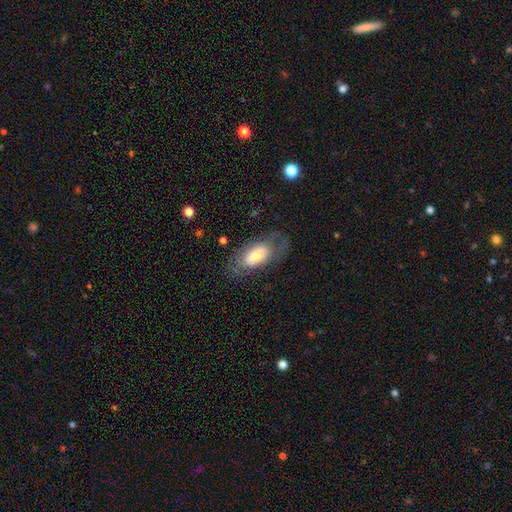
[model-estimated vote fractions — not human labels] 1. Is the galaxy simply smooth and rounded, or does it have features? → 59% smooth, 34% featured or disk, 7% star or artifact.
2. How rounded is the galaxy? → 90% in between, 5% cigar-shaped, 5% round.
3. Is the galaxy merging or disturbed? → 64% none, 20% minor disturbance, 14% major disturbance, 1% merger.